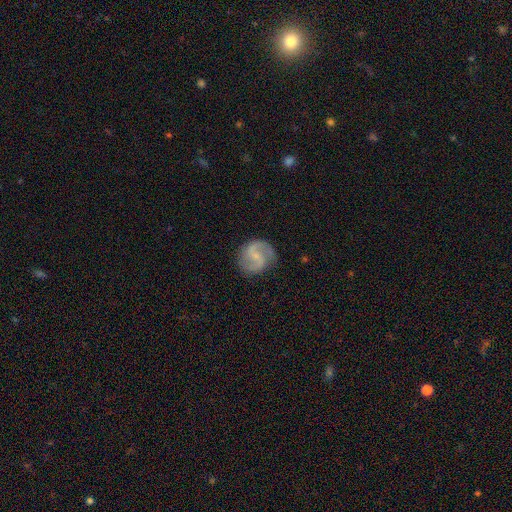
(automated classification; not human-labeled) Smooth or featured? featured or disk (83%)
Edge-on disk? no (98%)
Bar? weak (53%)
Spiral arms? yes (96%)
Spiral winding? medium (54%)
Spiral arm count? 2 (92%)
Bulge size? small (63%)
Merging? none (81%)